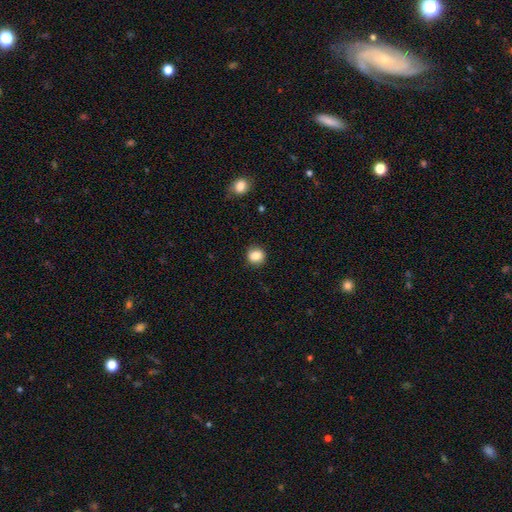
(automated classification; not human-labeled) smooth 85%, star or artifact 10%, featured or disk 5%. Down the decision tree: how rounded — round (83%); merging — none (89%).